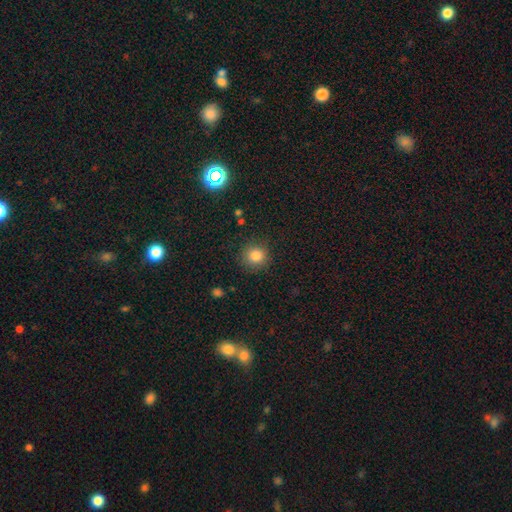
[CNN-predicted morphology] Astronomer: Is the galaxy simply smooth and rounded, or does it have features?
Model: smooth — 83%.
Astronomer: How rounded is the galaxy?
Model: round — 92%.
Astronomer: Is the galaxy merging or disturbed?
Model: none — 88%.